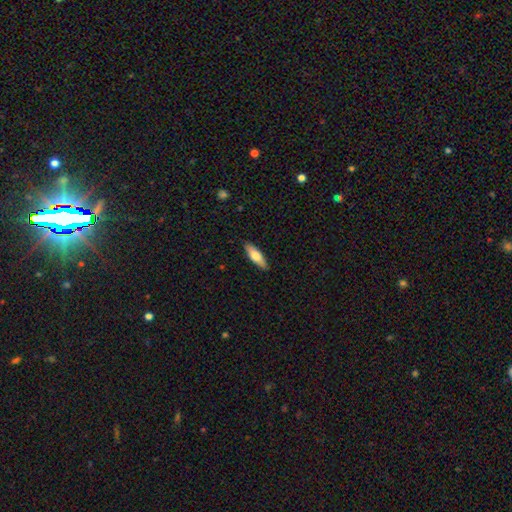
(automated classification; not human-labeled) smooth_or_featured: smooth (p=0.69) [alt: featured or disk p=0.25]
how_rounded: cigar-shaped (p=0.50) [alt: in between p=0.48]
merging: none (p=0.89) [alt: minor disturbance p=0.09]